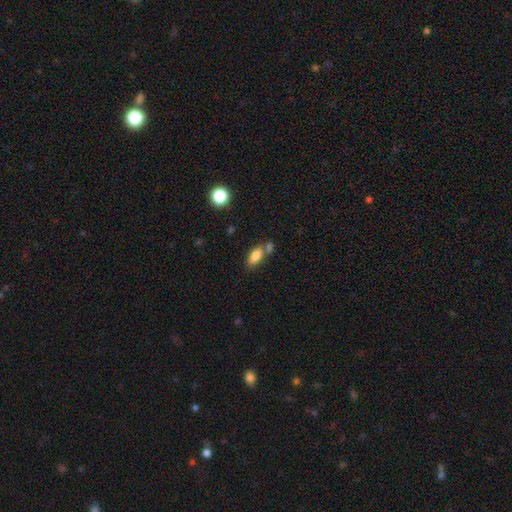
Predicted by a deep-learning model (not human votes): Smooth or featured? Predicted: smooth (p=0.79). How rounded? Predicted: in between (p=0.86). Merging? Predicted: none (p=0.52).